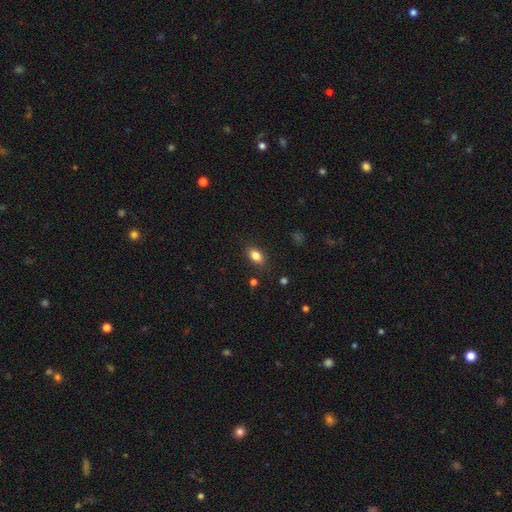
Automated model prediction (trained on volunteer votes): The model was most divided on "how rounded": in between: 85%, round: 12%, cigar-shaped: 3%. More confident: merging — none (85%); smooth or featured — smooth (84%).